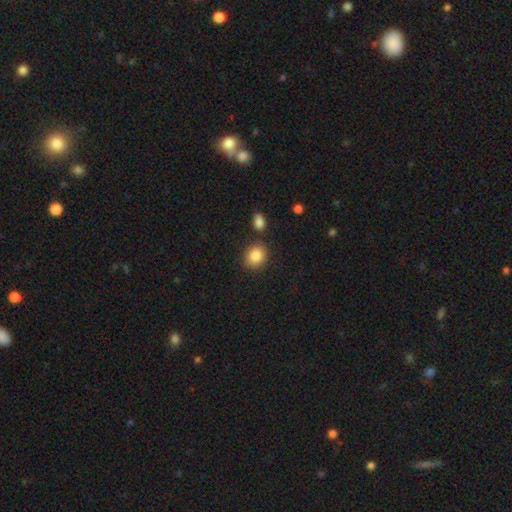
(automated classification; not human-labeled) Q: Smooth or featured?
A: smooth (86%); runner-up: star or artifact (8%)
Q: How rounded?
A: round (60%); runner-up: in between (39%)
Q: Merging?
A: none (80%); runner-up: minor disturbance (10%)